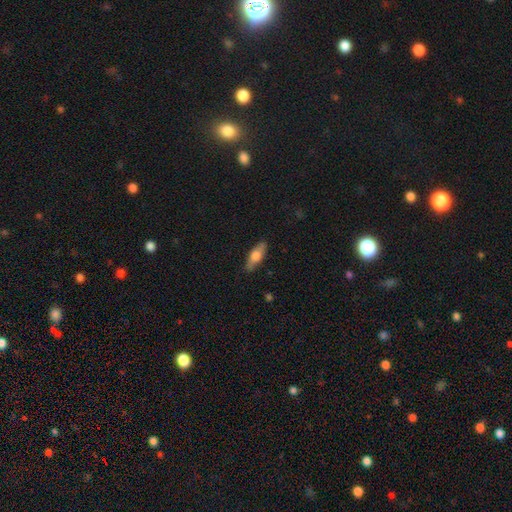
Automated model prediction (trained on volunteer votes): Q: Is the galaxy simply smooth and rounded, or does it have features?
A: smooth — 62%.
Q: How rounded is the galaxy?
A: in between — 59%.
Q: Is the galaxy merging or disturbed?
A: none — 85%.